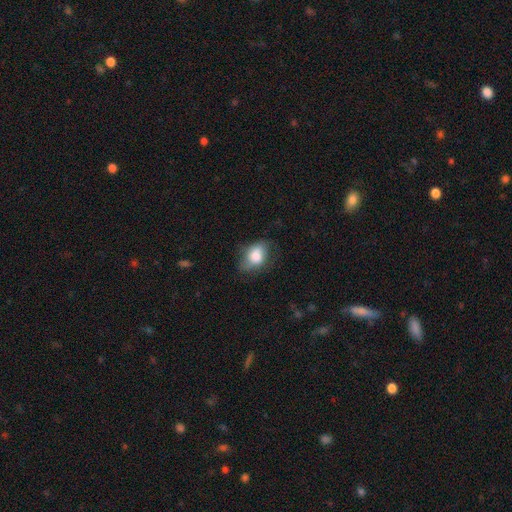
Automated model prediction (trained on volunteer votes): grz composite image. It shows a smooth galaxy with no disk features (75%) that is in between round and cigar-shaped (77%). Merging: none (62%).